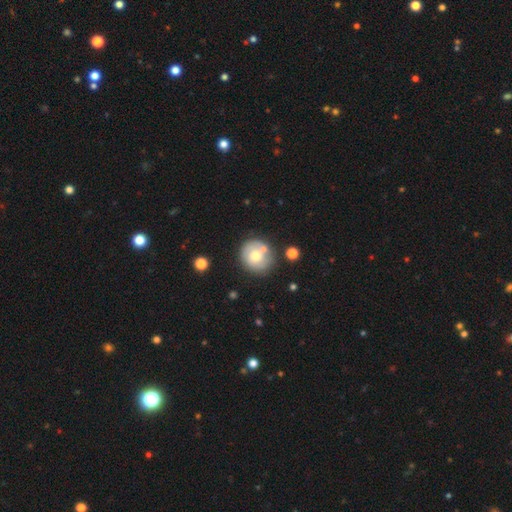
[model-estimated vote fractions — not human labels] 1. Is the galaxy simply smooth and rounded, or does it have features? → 61% smooth, 30% featured or disk, 9% star or artifact.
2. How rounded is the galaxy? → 87% round, 12% in between, 1% cigar-shaped.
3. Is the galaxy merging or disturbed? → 68% none, 14% minor disturbance, 14% merger, 4% major disturbance.